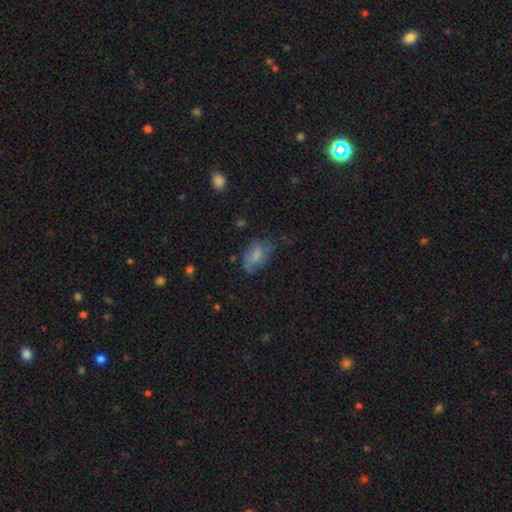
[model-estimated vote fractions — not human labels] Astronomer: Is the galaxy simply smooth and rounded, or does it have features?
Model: smooth — 65%.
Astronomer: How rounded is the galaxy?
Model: in between — 88%.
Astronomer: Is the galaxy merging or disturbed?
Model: none — 43% (runner-up: minor disturbance, 32%).